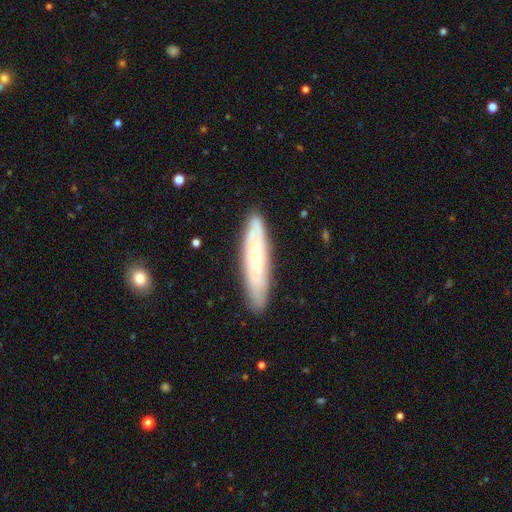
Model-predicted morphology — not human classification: A featured or disk galaxy (50%). Merging: none (86%).